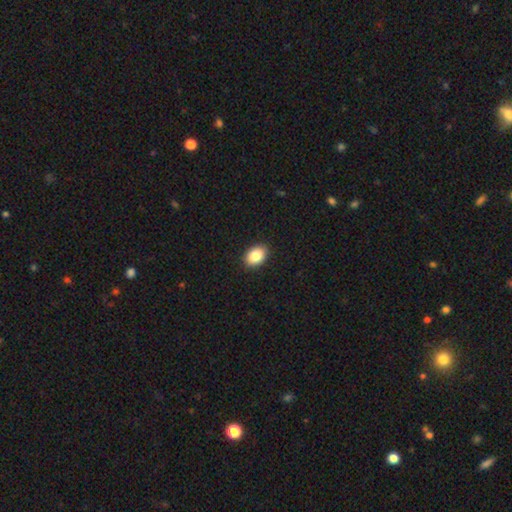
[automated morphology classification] This appears to be a smooth galaxy with no disk features (85%) that is in between round and cigar-shaped (83%). Merging: none (91%).